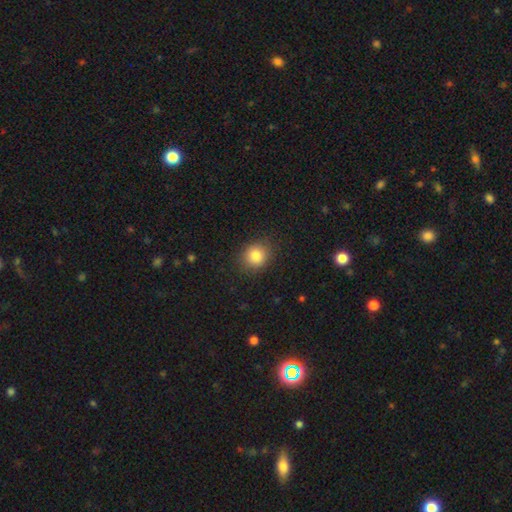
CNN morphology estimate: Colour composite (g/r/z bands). It shows a smooth galaxy with no disk features (85%) that is round (73%). Merging: none (85%).